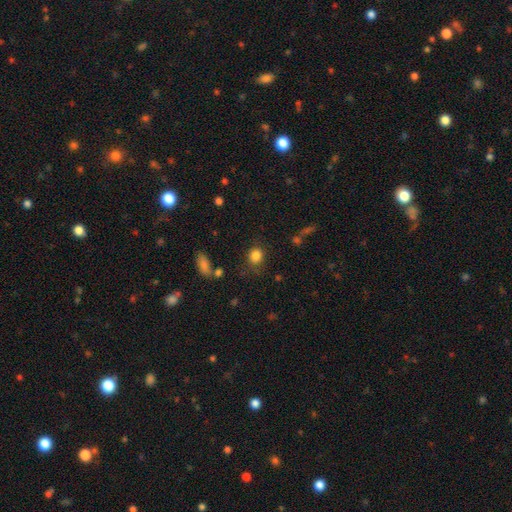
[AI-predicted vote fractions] Smooth or featured?
  - smooth: 84% *
  - star or artifact: 11%
  - featured or disk: 5%
How rounded?
  - round: 72% *
  - in between: 27%
  - cigar-shaped: 1%
Merging?
  - none: 74% *
  - minor disturbance: 16%
  - major disturbance: 6%
  - merger: 4%